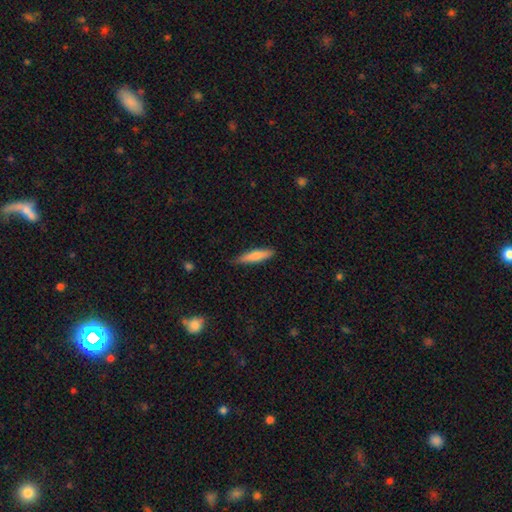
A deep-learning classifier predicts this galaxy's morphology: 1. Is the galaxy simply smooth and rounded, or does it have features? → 74% smooth, 20% featured or disk, 5% star or artifact.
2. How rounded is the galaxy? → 83% cigar-shaped, 16% in between, 2% round.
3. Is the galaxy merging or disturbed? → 84% none, 12% minor disturbance, 2% major disturbance, 1% merger.